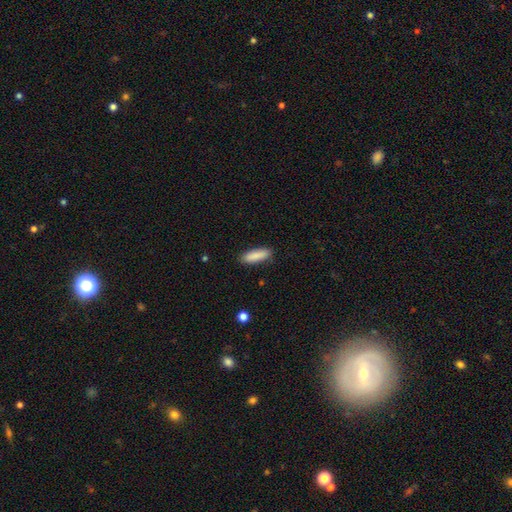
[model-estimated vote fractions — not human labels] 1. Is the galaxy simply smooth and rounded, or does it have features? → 88% smooth, 6% star or artifact, 6% featured or disk.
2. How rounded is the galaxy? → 52% cigar-shaped, 47% in between, 2% round.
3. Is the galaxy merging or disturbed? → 88% none, 9% minor disturbance, 2% major disturbance, 1% merger.